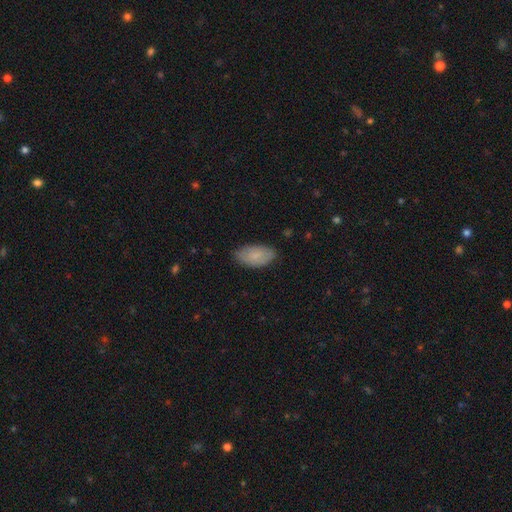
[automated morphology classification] A smooth galaxy with no disk features (82%) that is in between round and cigar-shaped (94%). Merging: none (79%).